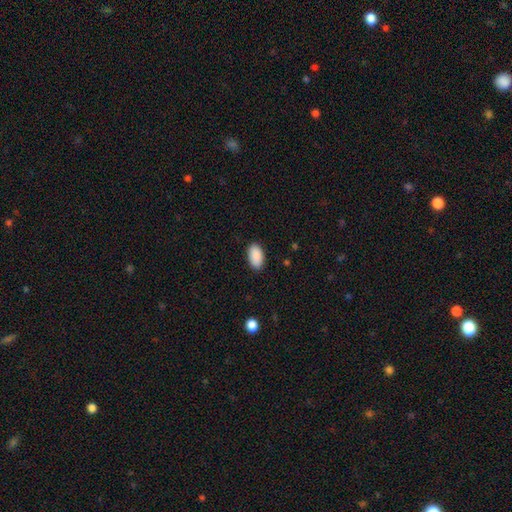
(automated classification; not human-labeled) Morphology: type=smooth (91%); roundness=in between (95%); merging=none (88%).